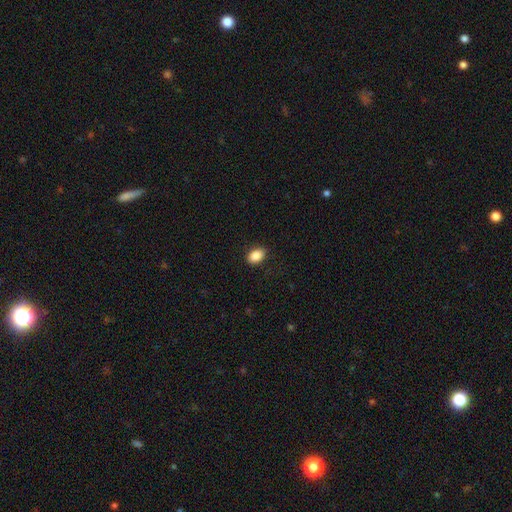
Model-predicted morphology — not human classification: Smooth or featured? Predicted: smooth (p=0.87). How rounded? Predicted: in between (p=0.81). Merging? Predicted: none (p=0.87).